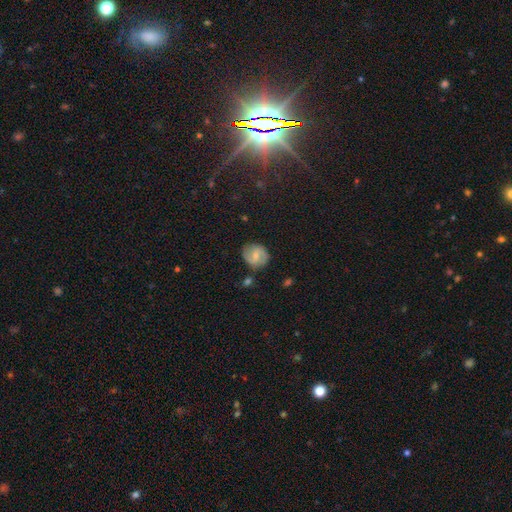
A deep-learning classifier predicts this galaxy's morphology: smooth_or_featured: featured or disk (p=0.62) [alt: smooth p=0.31]
disk_edge_on: no (p=0.97) [alt: yes p=0.03]
bar: weak (p=0.55) [alt: no p=0.28]
has_spiral_arms: yes (p=0.89) [alt: no p=0.11]
spiral_winding: medium (p=0.49) [alt: tight p=0.27]
spiral_arm_count: 2 (p=0.87) [alt: can't tell p=0.07]
bulge_size: small (p=0.50) [alt: moderate p=0.38]
merging: none (p=0.77) [alt: minor disturbance p=0.15]